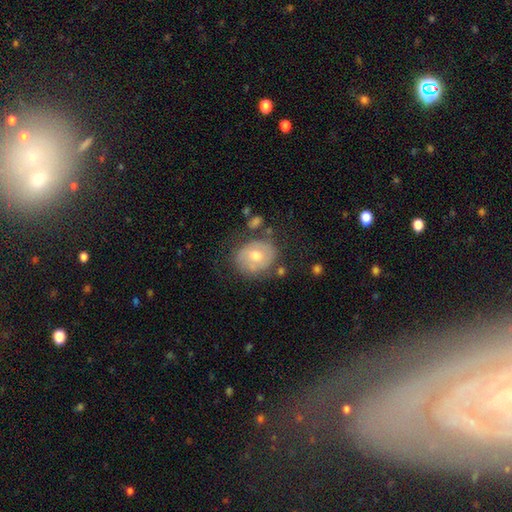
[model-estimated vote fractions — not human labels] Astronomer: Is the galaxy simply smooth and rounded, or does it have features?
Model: smooth — 48% (runner-up: featured or disk, 45%).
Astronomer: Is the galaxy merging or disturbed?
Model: none — 67%.